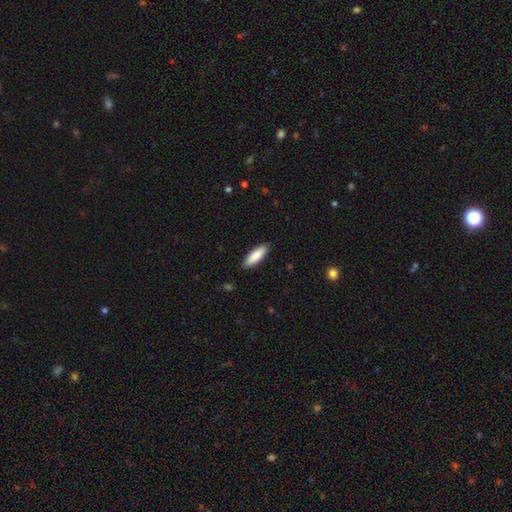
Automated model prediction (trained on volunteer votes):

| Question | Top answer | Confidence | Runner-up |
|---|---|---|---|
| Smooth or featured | smooth | 86% | featured or disk (9%) |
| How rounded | cigar-shaped | 51% | in between (48%) |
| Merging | none | 89% | minor disturbance (8%) |